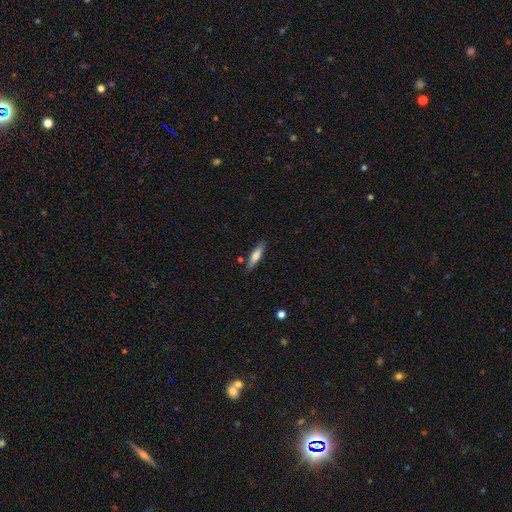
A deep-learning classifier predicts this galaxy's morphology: A smooth galaxy with no disk features (70%) that is cigar-shaped (71%). Merging: none (83%).